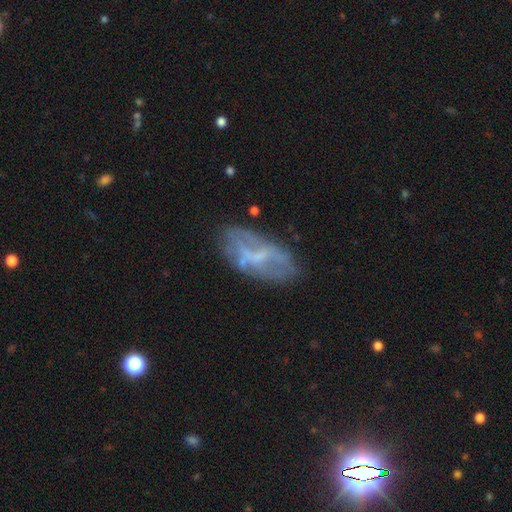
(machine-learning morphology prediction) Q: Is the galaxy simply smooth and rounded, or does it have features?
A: featured or disk — 61%.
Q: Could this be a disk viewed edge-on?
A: no — 90%.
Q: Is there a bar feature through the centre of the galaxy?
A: no — 41%.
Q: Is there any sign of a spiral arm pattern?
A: no — 65%.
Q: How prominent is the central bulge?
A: none — 41%.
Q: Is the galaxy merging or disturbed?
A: none — 59%.